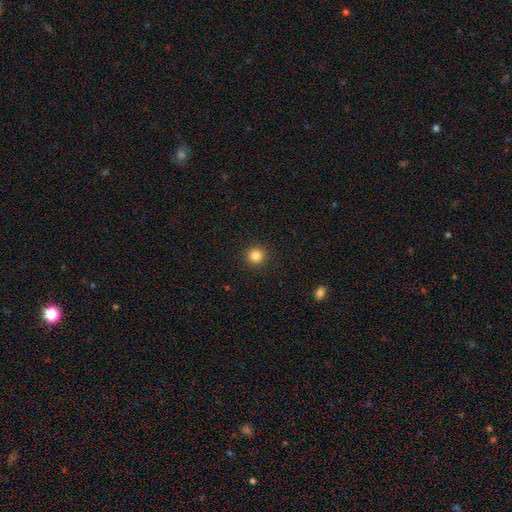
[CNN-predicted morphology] type=smooth (85%); roundness=round (95%); merging=none (93%).